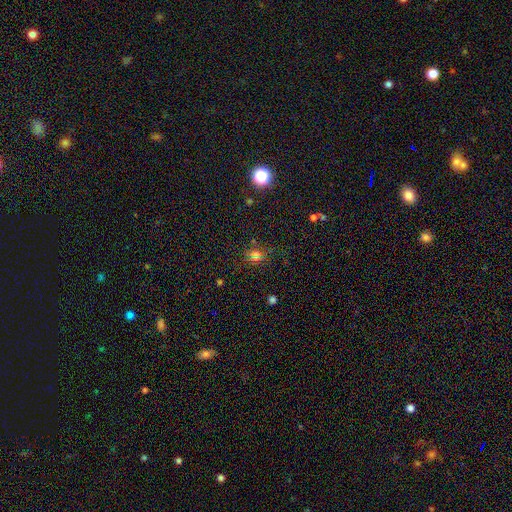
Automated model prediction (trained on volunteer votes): Smooth or featured? smooth (55%)
How rounded? round (78%)
Merging? none (73%)